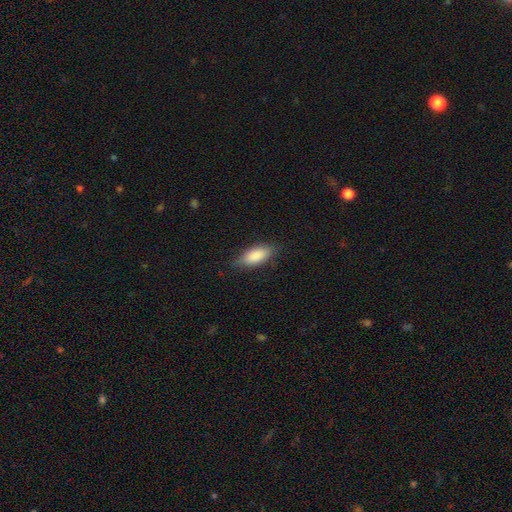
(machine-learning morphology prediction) Smooth or featured?
  - smooth: 86% *
  - featured or disk: 8%
  - star or artifact: 6%
How rounded?
  - in between: 83% *
  - cigar-shaped: 15%
  - round: 2%
Merging?
  - none: 81% *
  - minor disturbance: 15%
  - major disturbance: 3%
  - merger: 1%